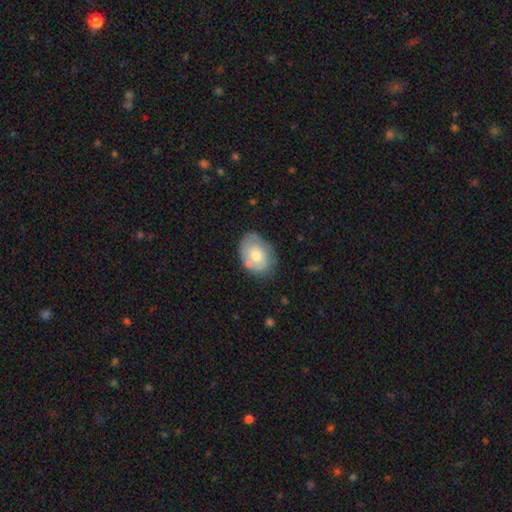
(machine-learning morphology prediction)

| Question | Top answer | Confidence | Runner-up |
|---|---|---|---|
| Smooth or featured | smooth | 60% | featured or disk (33%) |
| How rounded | in between | 77% | round (22%) |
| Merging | none | 64% | minor disturbance (24%) |